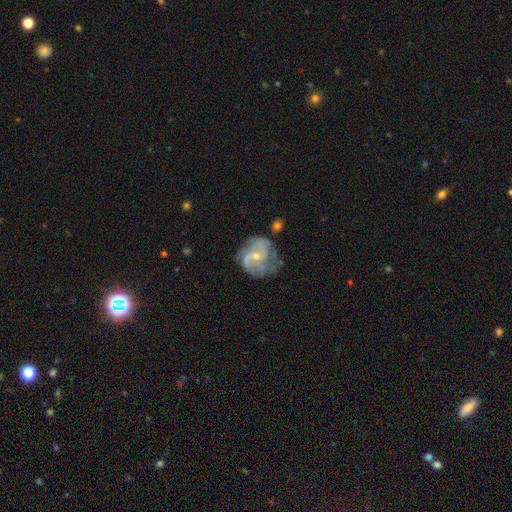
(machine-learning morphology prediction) smooth-or-featured: featured or disk: 77% | smooth: 16% | star or artifact: 7%
  disk-edge-on: no: 98% | yes: 2%
    bar: no: 55% | weak: 38% | strong: 7%
    has-spiral-arms: yes: 87% | no: 13%
      spiral-winding: medium: 45% | loose: 28% | tight: 27%
      spiral-arm-count: 2: 43% | can't tell: 24% | 3: 19% | 4: 5% | 1: 5% | more than 4: 3%
    bulge-size: small: 59% | moderate: 36% | none: 3% | large: 1% | dominant: 1%
  merging: none: 55% | minor disturbance: 25% | major disturbance: 16% | merger: 4%